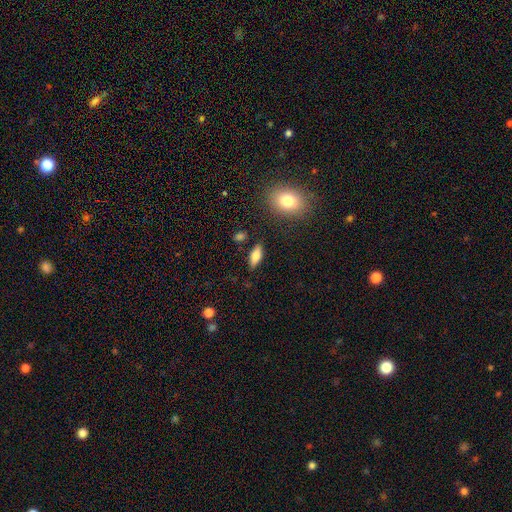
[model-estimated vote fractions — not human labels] Q: Smooth or featured?
A: smooth (71%); runner-up: featured or disk (21%)
Q: How rounded?
A: in between (71%); runner-up: cigar-shaped (26%)
Q: Merging?
A: none (85%); runner-up: minor disturbance (10%)